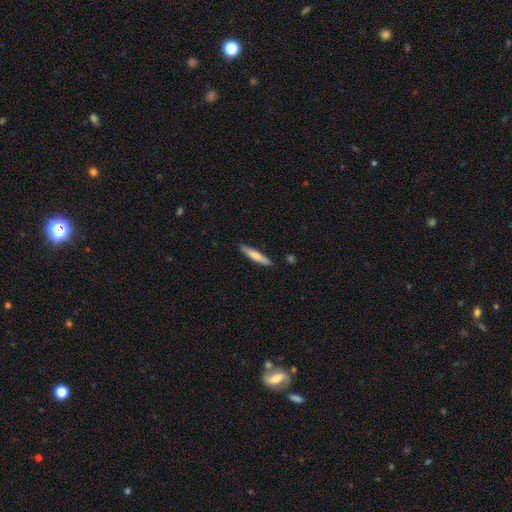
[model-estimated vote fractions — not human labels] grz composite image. It shows a smooth galaxy with no disk features (66%) that is cigar-shaped (87%). Merging: none (88%).